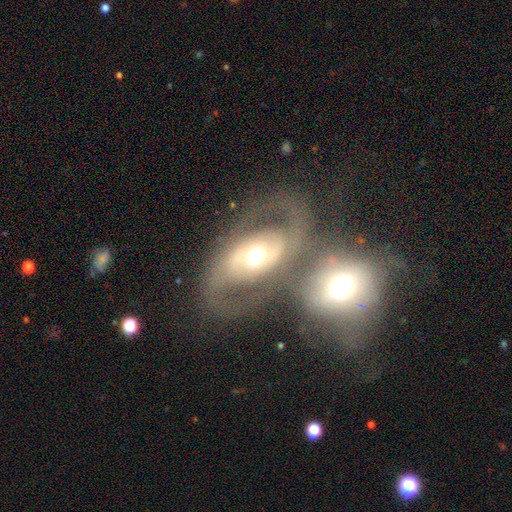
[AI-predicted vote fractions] Morphology: type=featured or disk (70%); edge-on=no (93%); bar=no (58%); spiral arms=no (51%); bulge=moderate (68%); merging=none (47%).